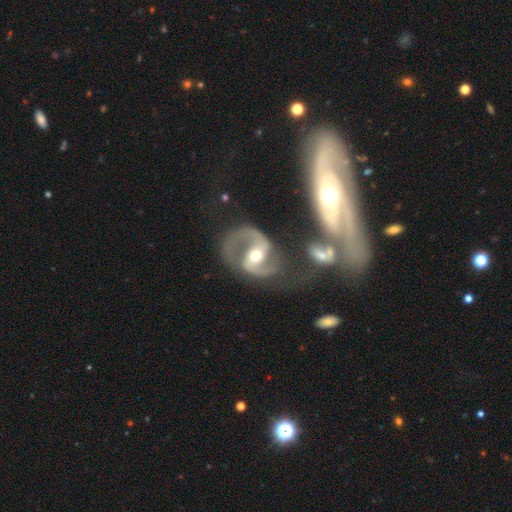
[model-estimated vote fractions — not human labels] Smooth or featured?
  - featured or disk: 88% *
  - smooth: 7%
  - star or artifact: 5%
Edge-on disk?
  - no: 95% *
  - yes: 5%
Bar?
  - weak: 41% *
  - no: 30%
  - strong: 28%
Spiral arms?
  - yes: 94% *
  - no: 6%
Spiral winding?
  - medium: 54% *
  - loose: 23%
  - tight: 22%
Spiral arm count?
  - 2: 89% *
  - can't tell: 4%
  - 1: 3%
  - 3: 2%
  - 4: 1%
  - more than 4: 1%
Bulge size?
  - moderate: 67% *
  - small: 22%
  - large: 8%
  - none: 2%
  - dominant: 1%
Merging?
  - none: 48% *
  - merger: 23%
  - minor disturbance: 17%
  - major disturbance: 12%